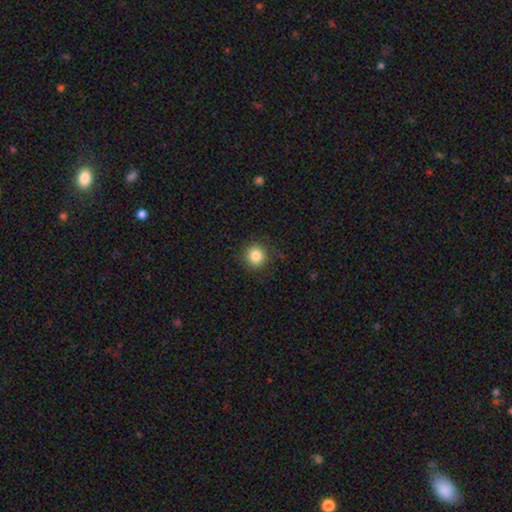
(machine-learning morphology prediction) The model was most divided on "smooth or featured": smooth: 84%, star or artifact: 10%, featured or disk: 5%. More confident: how rounded — round (92%); merging — none (88%).